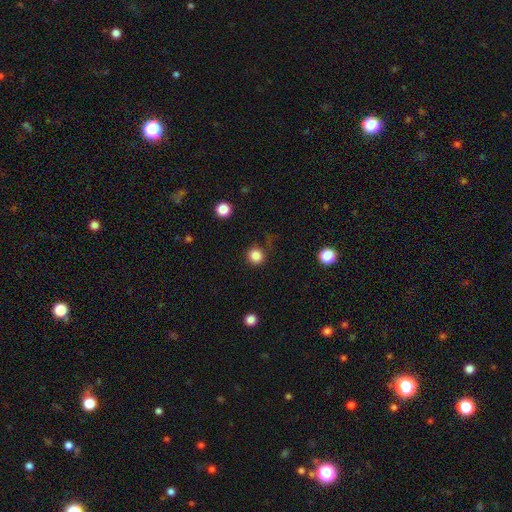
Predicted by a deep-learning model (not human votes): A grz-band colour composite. It shows a smooth galaxy with no disk features (85%) that is round (92%). Merging: none (86%).